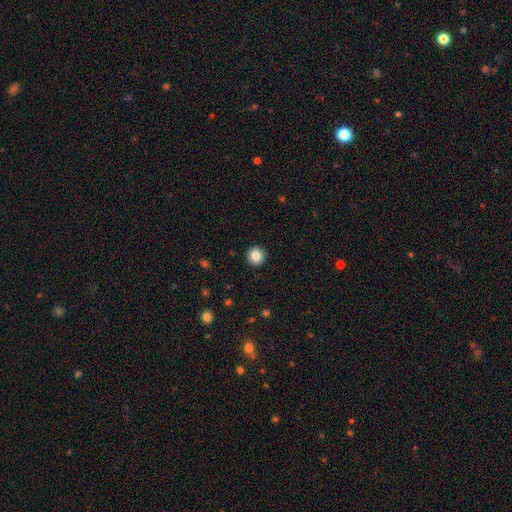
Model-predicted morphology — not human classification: Overall: smooth (85%). How rounded: round (96%). Merging: none (93%).